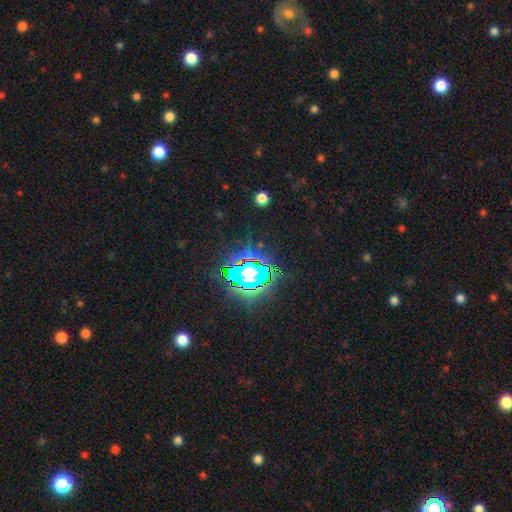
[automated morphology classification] This is clearly a star or artifact rather than a galaxy (84%).